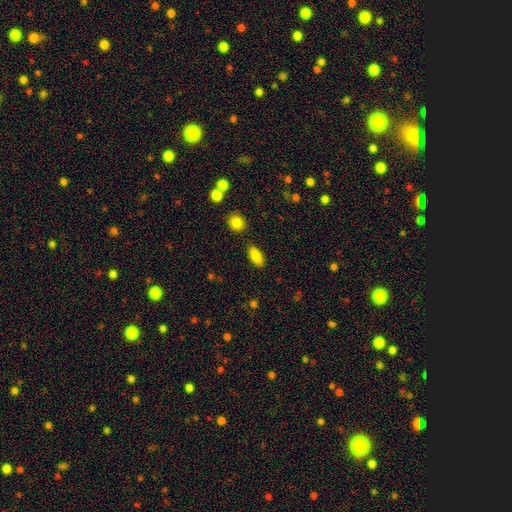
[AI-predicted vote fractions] smooth 87%, star or artifact 8%, featured or disk 5%. Down the decision tree: how rounded — in between (88%); merging — none (86%).